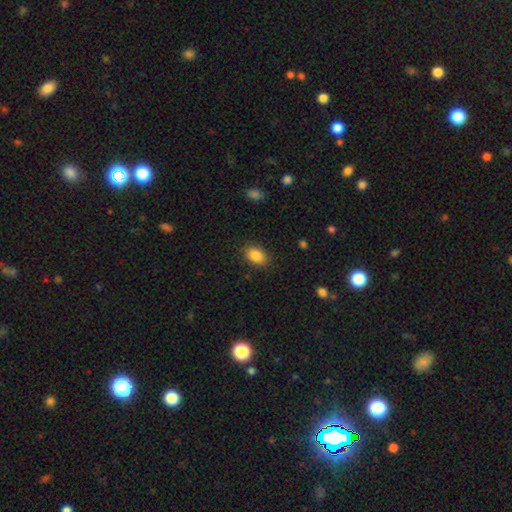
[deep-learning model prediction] The model was most divided on "how rounded": in between: 81%, round: 18%, cigar-shaped: 1%. More confident: smooth or featured — smooth (86%); merging — none (86%).